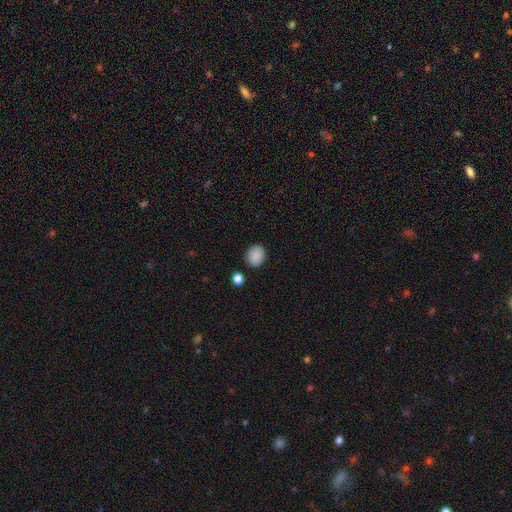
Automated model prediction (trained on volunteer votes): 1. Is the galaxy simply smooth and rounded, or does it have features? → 88% smooth, 8% star or artifact, 4% featured or disk.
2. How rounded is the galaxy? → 50% in between, 49% round, 1% cigar-shaped.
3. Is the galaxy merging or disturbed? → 84% none, 10% minor disturbance, 3% merger, 3% major disturbance.